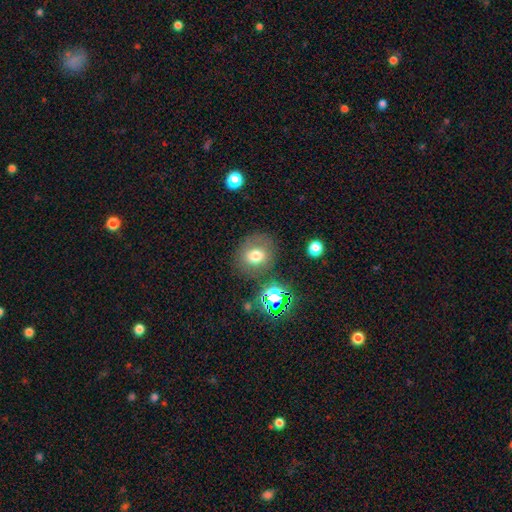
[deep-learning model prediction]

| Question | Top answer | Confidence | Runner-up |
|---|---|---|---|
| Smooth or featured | smooth | 70% | star or artifact (15%) |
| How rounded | round | 73% | in between (26%) |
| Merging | none | 74% | minor disturbance (15%) |